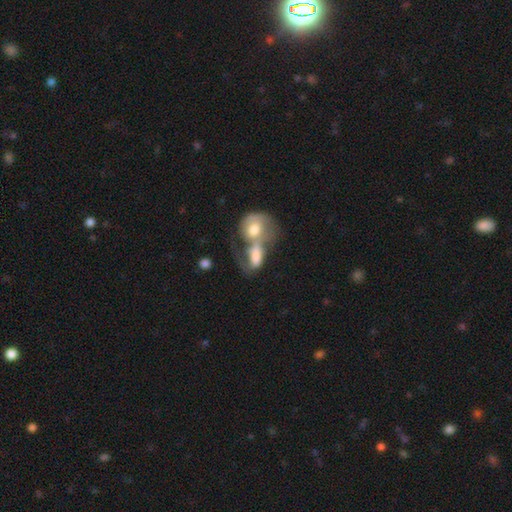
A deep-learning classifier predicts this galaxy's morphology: smooth-or-featured: smooth: 63% | featured or disk: 30% | star or artifact: 7%
  how-rounded: in between: 80% | round: 15% | cigar-shaped: 5%
  merging: merger: 73% | major disturbance: 12% | none: 9% | minor disturbance: 6%